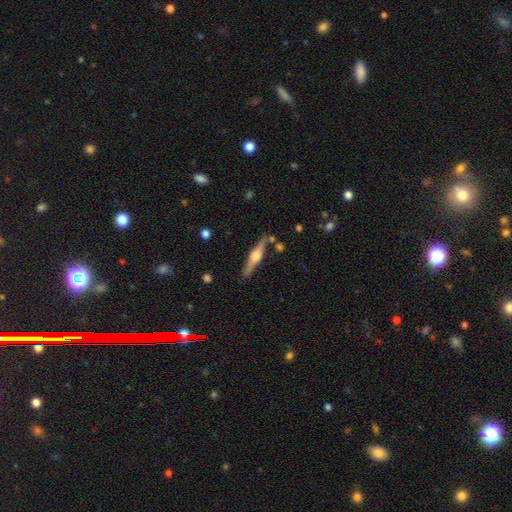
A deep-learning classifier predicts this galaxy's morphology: Q: Smooth or featured?
A: featured or disk (74%); runner-up: smooth (20%)
Q: Edge-on disk?
A: yes (98%); runner-up: no (2%)
Q: Edge-on bulge?
A: rounded (90%); runner-up: boxy (8%)
Q: Merging?
A: none (85%); runner-up: minor disturbance (9%)